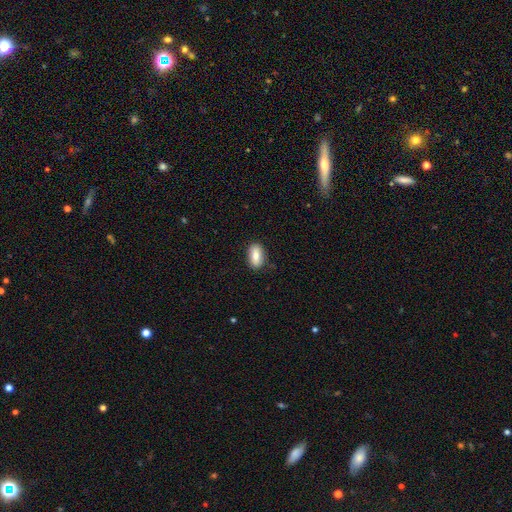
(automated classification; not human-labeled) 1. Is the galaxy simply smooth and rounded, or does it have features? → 77% smooth, 16% featured or disk, 7% star or artifact.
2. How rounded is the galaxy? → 89% in between, 5% round, 5% cigar-shaped.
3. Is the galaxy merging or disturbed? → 83% none, 13% minor disturbance, 3% major disturbance, 1% merger.